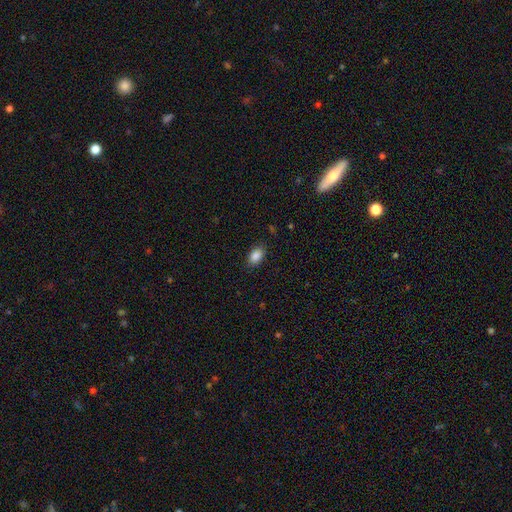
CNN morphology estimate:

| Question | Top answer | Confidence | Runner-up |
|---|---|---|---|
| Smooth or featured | smooth | 87% | star or artifact (8%) |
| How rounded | in between | 86% | round (13%) |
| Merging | none | 85% | minor disturbance (11%) |